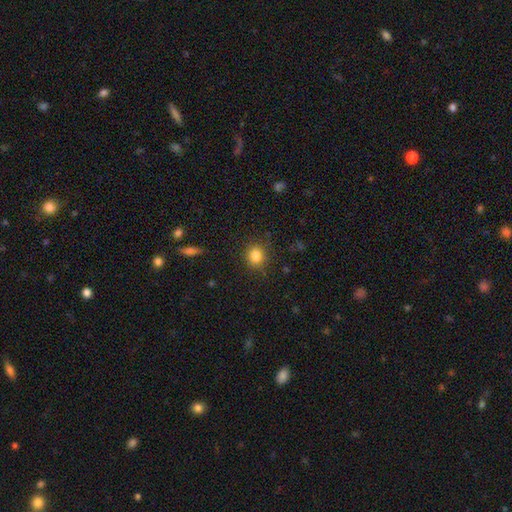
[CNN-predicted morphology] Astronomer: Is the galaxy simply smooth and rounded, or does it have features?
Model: smooth — 84%.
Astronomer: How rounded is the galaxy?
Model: round — 77%.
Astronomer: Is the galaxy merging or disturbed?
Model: none — 86%.